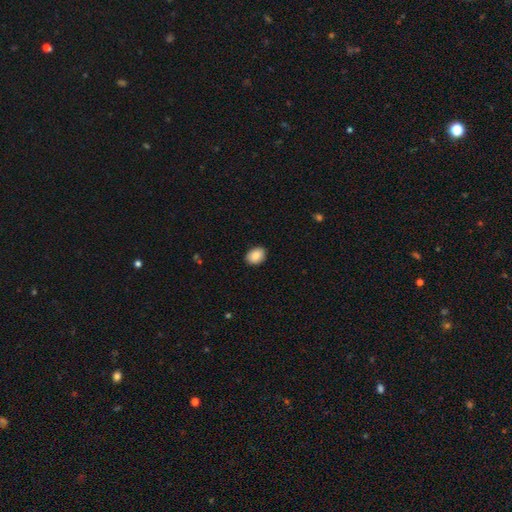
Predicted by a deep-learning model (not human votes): Smooth or featured?
  - smooth: 86% *
  - star or artifact: 7%
  - featured or disk: 7%
How rounded?
  - in between: 65% *
  - round: 34%
  - cigar-shaped: 1%
Merging?
  - none: 89% *
  - minor disturbance: 8%
  - major disturbance: 2%
  - merger: 1%